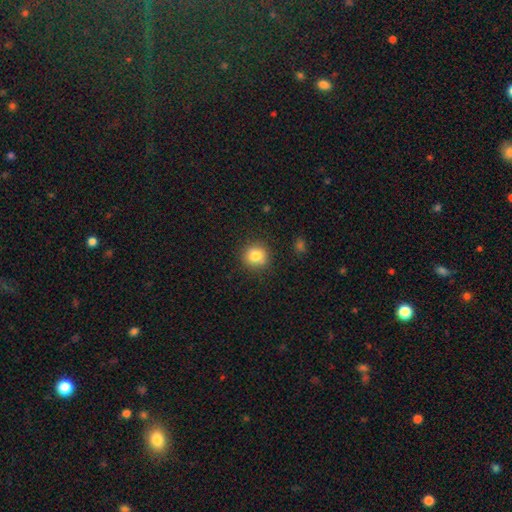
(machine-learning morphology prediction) A smooth galaxy with no disk features (82%) that is round (90%). Merging: none (86%).